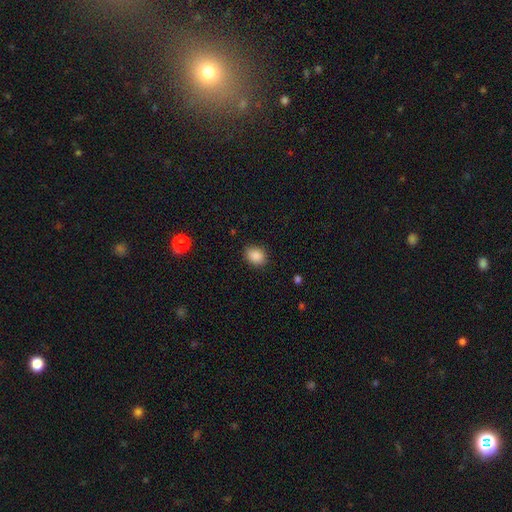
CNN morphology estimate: Smooth or featured: smooth — 87% (star or artifact — 9%)
How rounded: in between — 53% (round — 46%)
Merging: none — 84% (minor disturbance — 12%)